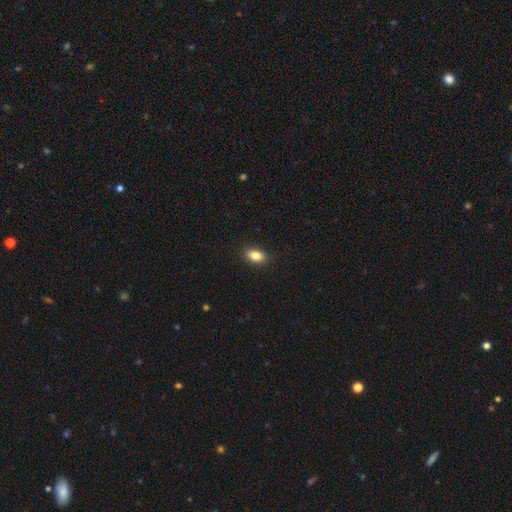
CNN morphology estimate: smooth_or_featured: smooth (p=0.83) [alt: star or artifact p=0.09]
how_rounded: in between (p=0.86) [alt: round p=0.11]
merging: none (p=0.88) [alt: minor disturbance p=0.09]